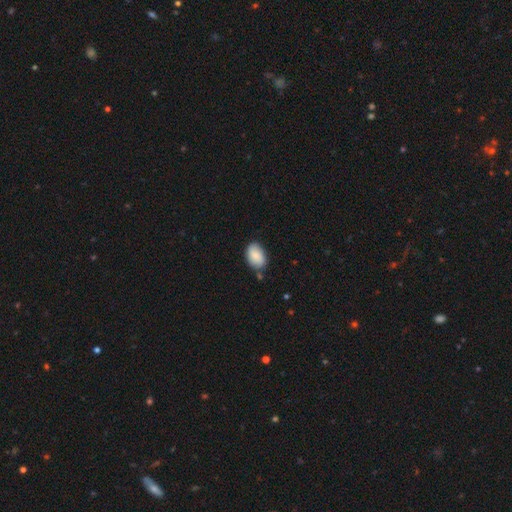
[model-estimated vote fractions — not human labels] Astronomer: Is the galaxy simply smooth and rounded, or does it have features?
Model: smooth — 86%.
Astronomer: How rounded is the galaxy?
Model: in between — 88%.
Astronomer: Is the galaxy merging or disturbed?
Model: none — 71%.